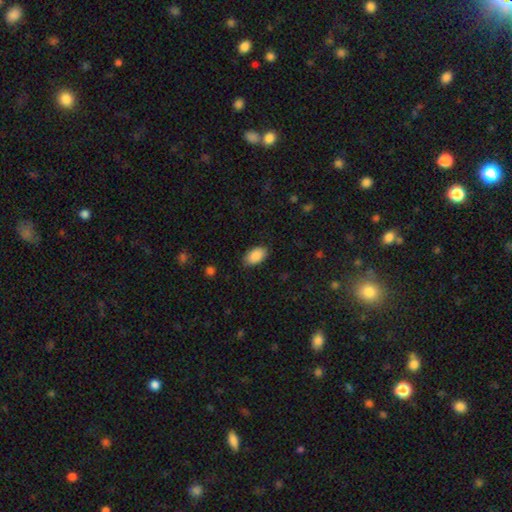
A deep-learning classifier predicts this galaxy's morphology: This is clearly a smooth galaxy (89%). How rounded: clearly in between (94%). Merging: clearly none (86%).